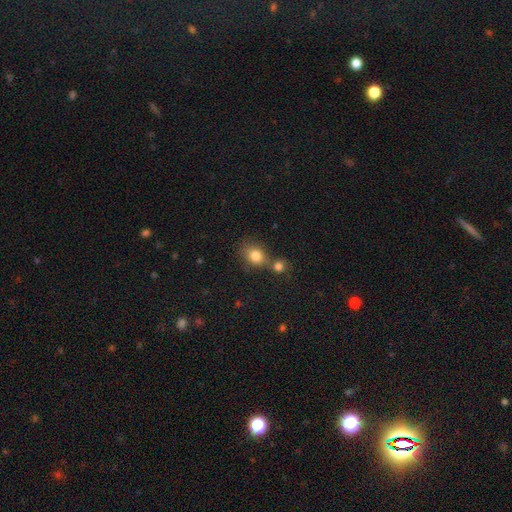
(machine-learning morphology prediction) Smooth or featured? Predicted: smooth (p=0.81). How rounded? Predicted: round (p=0.51). Merging? Predicted: none (p=0.49).